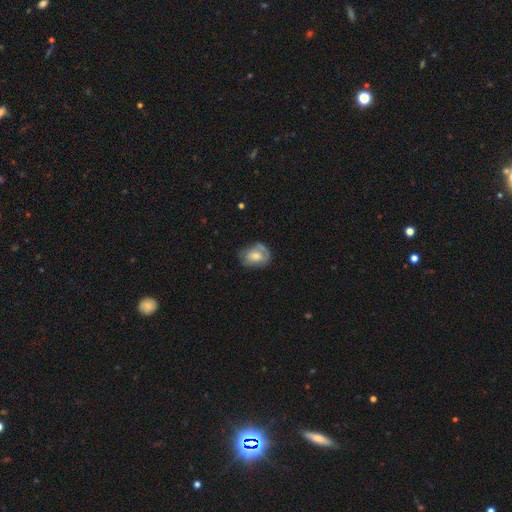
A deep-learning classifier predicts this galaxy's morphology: A smooth galaxy with no disk features (53%) that is in between round and cigar-shaped (60%). Merging: none (53%).